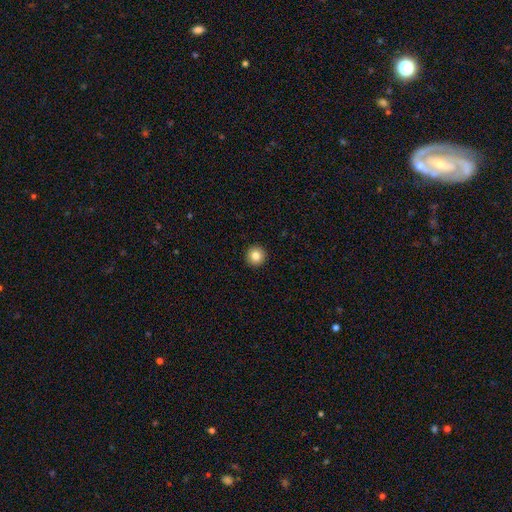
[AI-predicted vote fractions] Morphology: type=smooth (84%); roundness=round (96%); merging=none (94%).